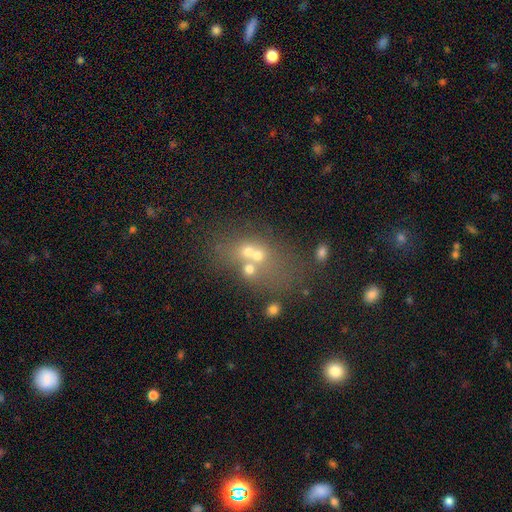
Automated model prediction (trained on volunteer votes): Smooth or featured? smooth (45%)
Merging? merger (52%)